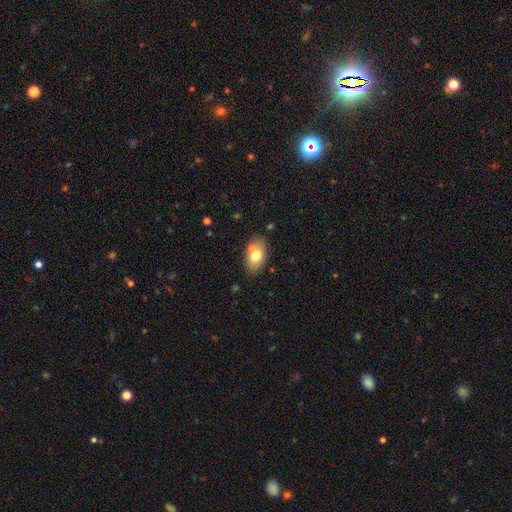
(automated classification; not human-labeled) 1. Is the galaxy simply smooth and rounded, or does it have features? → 74% smooth, 19% featured or disk, 7% star or artifact.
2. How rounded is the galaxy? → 91% in between, 7% round, 2% cigar-shaped.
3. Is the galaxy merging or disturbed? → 74% none, 15% minor disturbance, 7% merger, 3% major disturbance.